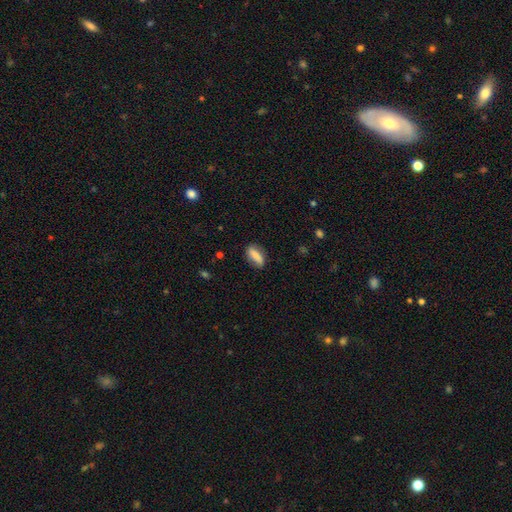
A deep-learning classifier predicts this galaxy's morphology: Smooth or featured? Predicted: smooth (p=0.77). How rounded? Predicted: in between (p=0.69). Merging? Predicted: none (p=0.78).